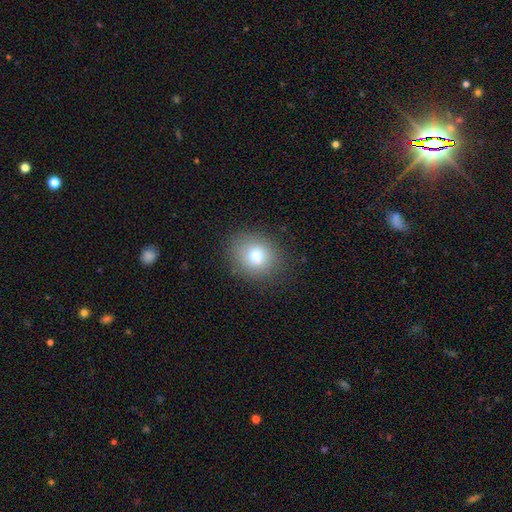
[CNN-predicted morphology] This is likely a smooth galaxy (77%). How rounded: likely round (70%). Merging: clearly none (86%).